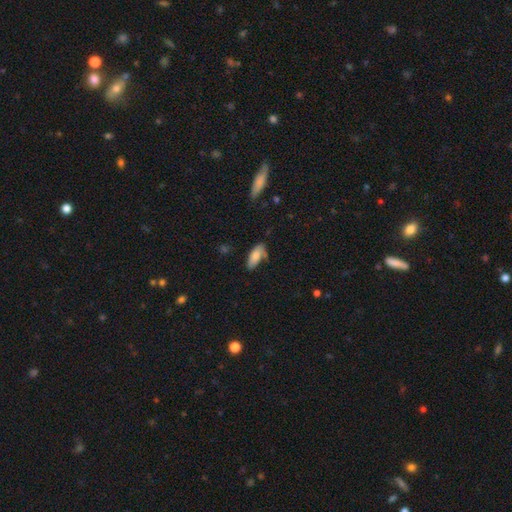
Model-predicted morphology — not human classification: Smooth or featured? smooth (77%)
How rounded? in between (82%)
Merging? none (53%)